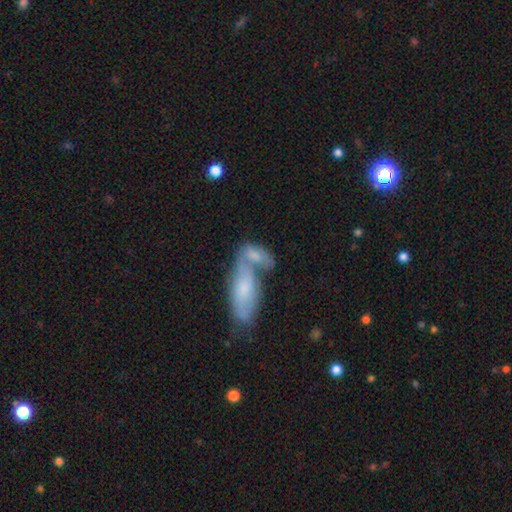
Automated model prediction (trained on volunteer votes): Smooth or featured? smooth (65%)
How rounded? in between (83%)
Merging? merger (58%)